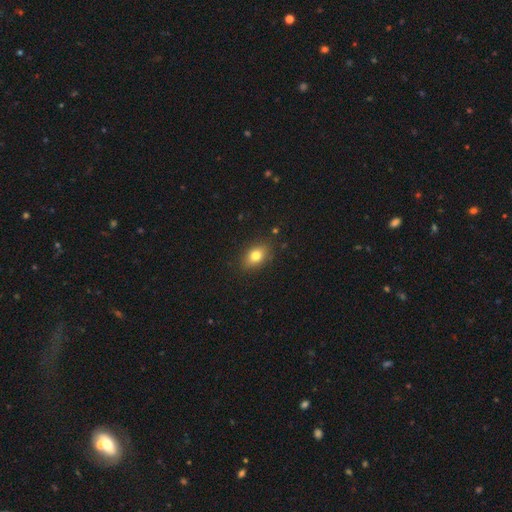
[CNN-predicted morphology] Smooth or featured: smooth — 79% (featured or disk — 10%)
How rounded: in between — 75% (round — 23%)
Merging: none — 86% (minor disturbance — 11%)